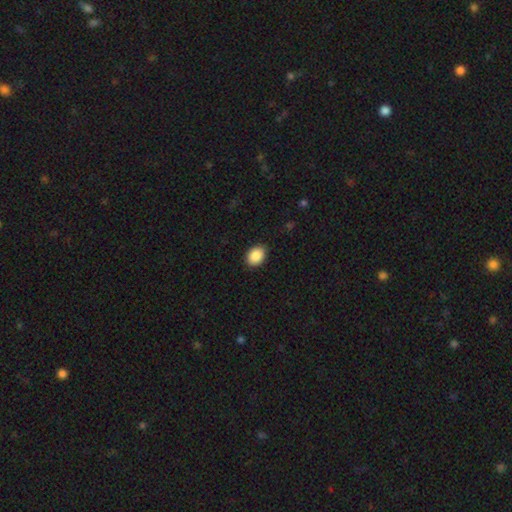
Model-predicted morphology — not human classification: Overall: smooth (89%). How rounded: in between (74%). Merging: none (89%).